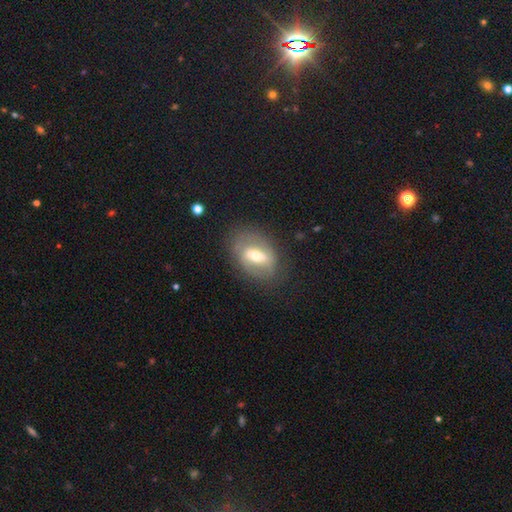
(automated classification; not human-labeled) The model was most divided on "smooth or featured": featured or disk: 57%, smooth: 36%, star or artifact: 7%. More confident: edge-on disk — no (88%); merging — none (71%).